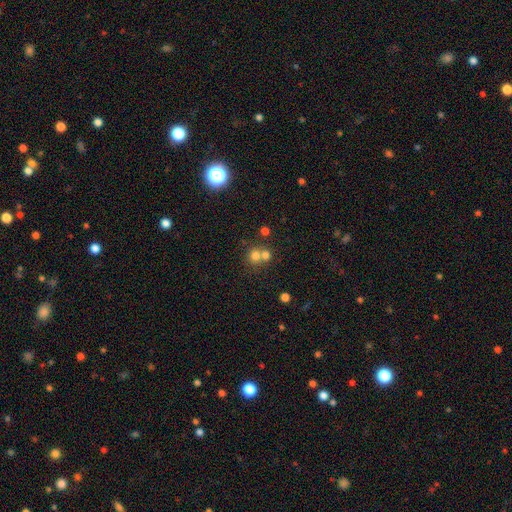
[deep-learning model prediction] Smooth or featured? Predicted: smooth (p=0.71). How rounded? Predicted: round (p=0.85). Merging? Predicted: merger (p=0.50).